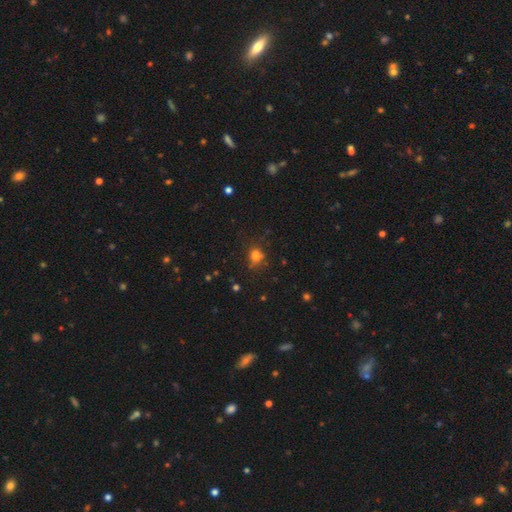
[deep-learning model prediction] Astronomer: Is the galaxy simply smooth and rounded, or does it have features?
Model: smooth — 71%.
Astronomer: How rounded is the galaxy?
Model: round — 51% (runner-up: in between, 47%).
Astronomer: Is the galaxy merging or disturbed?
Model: none — 59%.